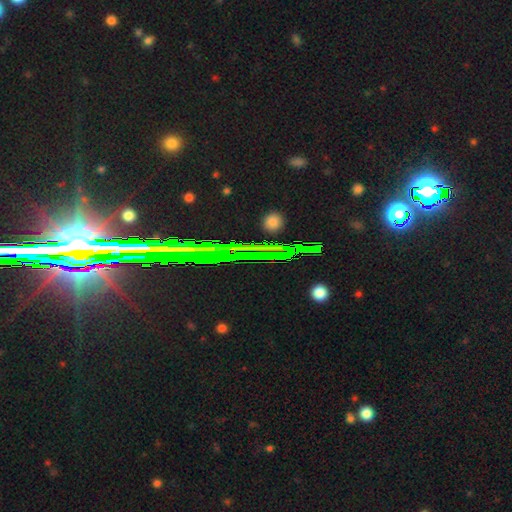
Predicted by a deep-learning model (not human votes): Overall: star or artifact (73%).